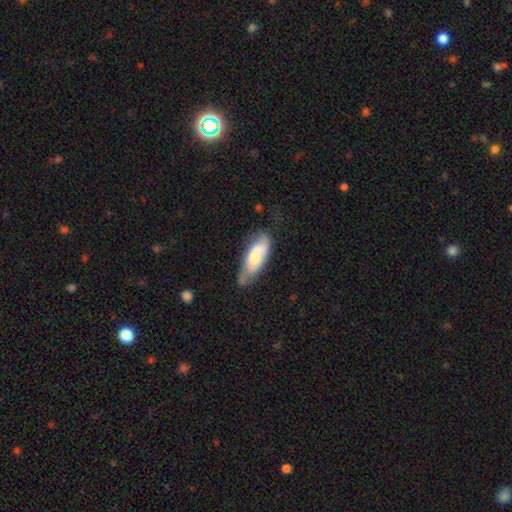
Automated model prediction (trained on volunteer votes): smooth-or-featured: smooth: 57% | featured or disk: 37% | star or artifact: 6%
  how-rounded: in between: 72% | cigar-shaped: 26% | round: 2%
  merging: none: 50% | minor disturbance: 34% | major disturbance: 12% | merger: 3%